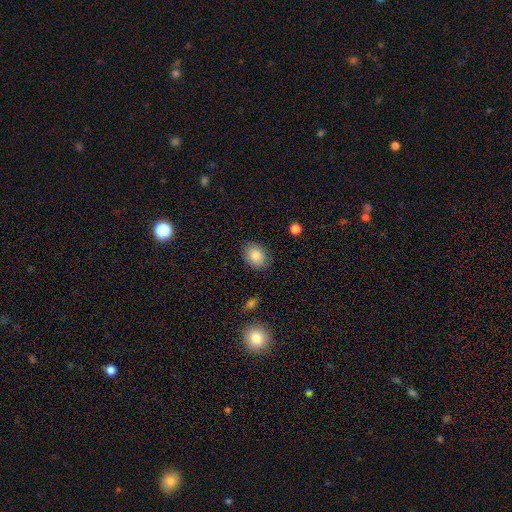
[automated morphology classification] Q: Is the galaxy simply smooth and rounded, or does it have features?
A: smooth — 86%.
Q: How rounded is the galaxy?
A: in between — 64%.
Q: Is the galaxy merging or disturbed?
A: none — 84%.